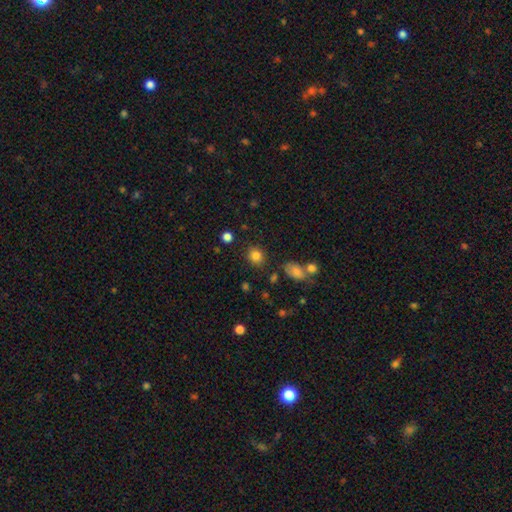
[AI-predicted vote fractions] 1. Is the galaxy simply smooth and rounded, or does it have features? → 83% smooth, 12% star or artifact, 5% featured or disk.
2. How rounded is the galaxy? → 73% round, 26% in between, 1% cigar-shaped.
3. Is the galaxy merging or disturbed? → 81% none, 11% minor disturbance, 4% merger, 4% major disturbance.